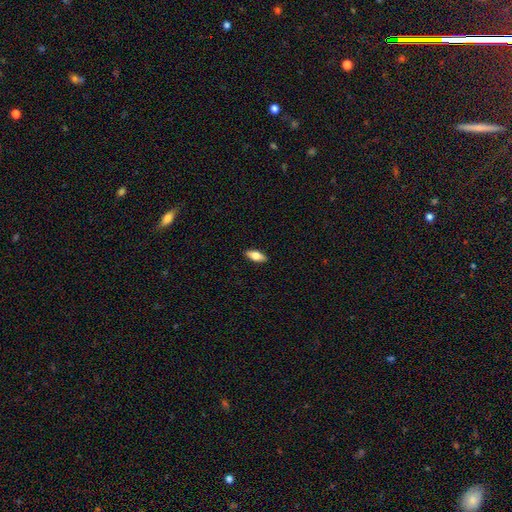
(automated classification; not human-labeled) smooth_or_featured: smooth (p=0.75) [alt: featured or disk p=0.18]
how_rounded: in between (p=0.82) [alt: cigar-shaped p=0.16]
merging: none (p=0.90) [alt: minor disturbance p=0.08]